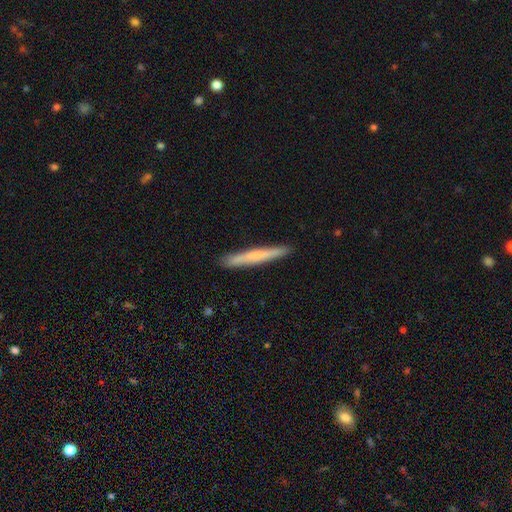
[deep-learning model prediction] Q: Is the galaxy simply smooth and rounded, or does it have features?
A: smooth — 62%.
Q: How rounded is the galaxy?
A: cigar-shaped — 96%.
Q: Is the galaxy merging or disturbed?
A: none — 91%.